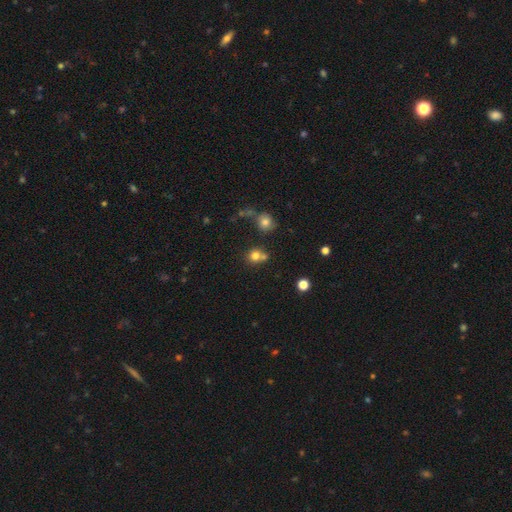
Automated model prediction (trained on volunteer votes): A smooth galaxy with no disk features (75%) that is round (82%). Merging: none (51%).